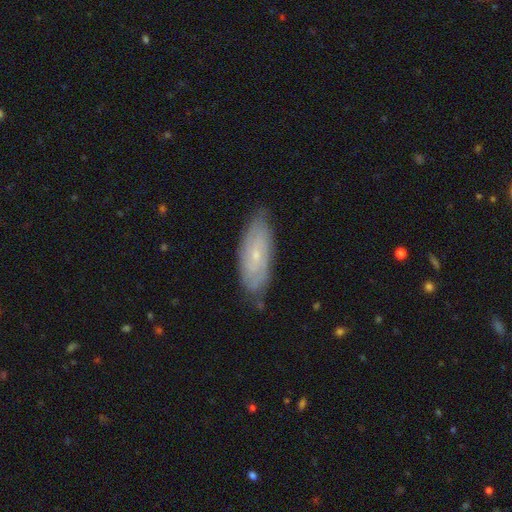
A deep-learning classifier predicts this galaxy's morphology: Smooth or featured? featured or disk (63%)
Edge-on disk? no (85%)
Bar? no (68%)
Spiral arms? yes (84%)
Bulge size? small (79%)
Merging? none (76%)